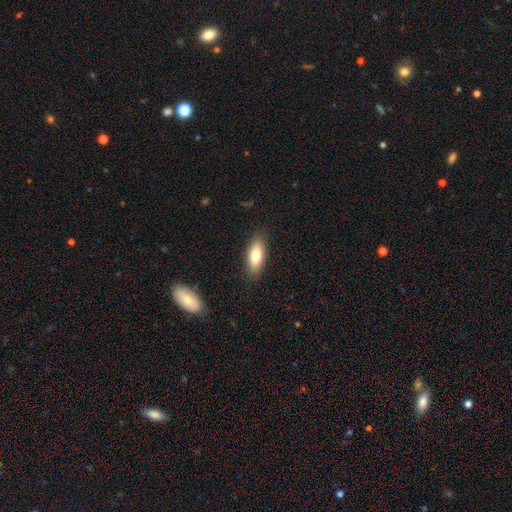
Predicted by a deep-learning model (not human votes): smooth-or-featured: smooth: 76% | featured or disk: 17% | star or artifact: 7%
  how-rounded: in between: 77% | cigar-shaped: 20% | round: 3%
  merging: none: 87% | minor disturbance: 10% | major disturbance: 2% | merger: 1%